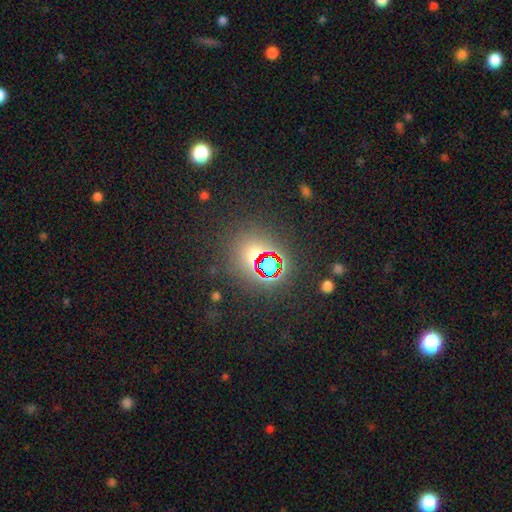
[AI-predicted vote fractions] A star or artifact, not a galaxy (61%).

Vote fractions:
- Smooth or featured? star or artifact: 61% / smooth: 30% / featured or disk: 9%